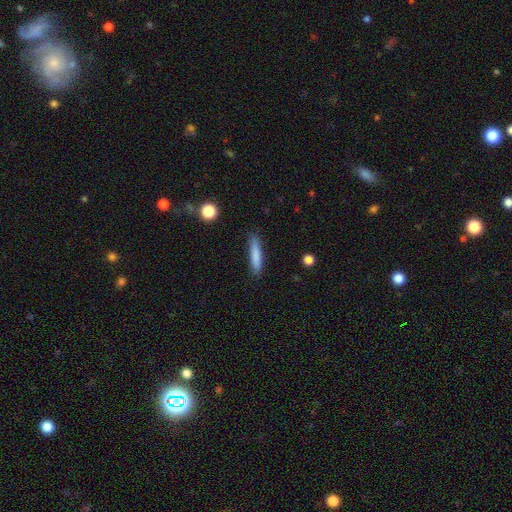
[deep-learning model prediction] smooth-or-featured: smooth: 81% | featured or disk: 12% | star or artifact: 6%
  how-rounded: cigar-shaped: 88% | in between: 11% | round: 1%
  merging: none: 85% | minor disturbance: 11% | major disturbance: 2% | merger: 1%